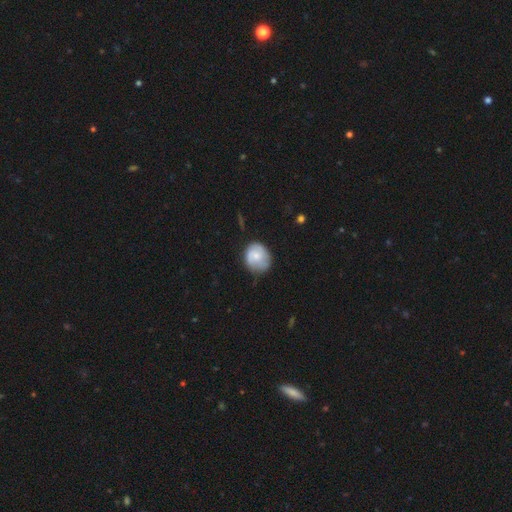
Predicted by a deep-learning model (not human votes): A smooth galaxy with no disk features (58%) that is round (72%). Merging: none (64%).